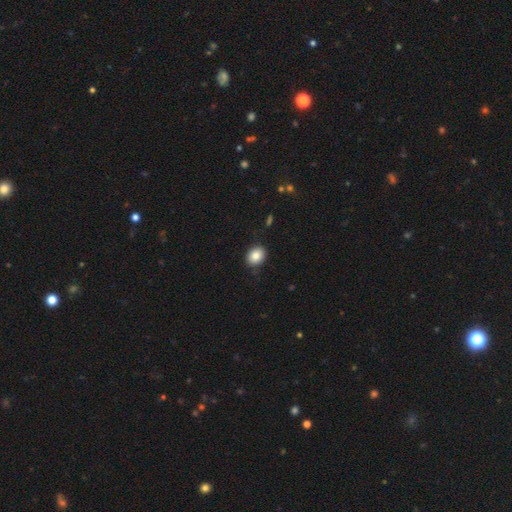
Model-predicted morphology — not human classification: The model was most divided on "how rounded": in between: 54%, round: 45%, cigar-shaped: 1%. More confident: merging — none (87%); smooth or featured — smooth (85%).